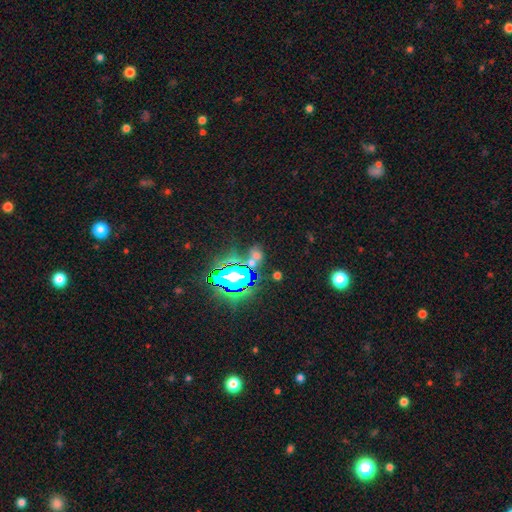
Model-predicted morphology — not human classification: The model was most divided on "smooth or featured": star or artifact: 53%, smooth: 36%, featured or disk: 12%.